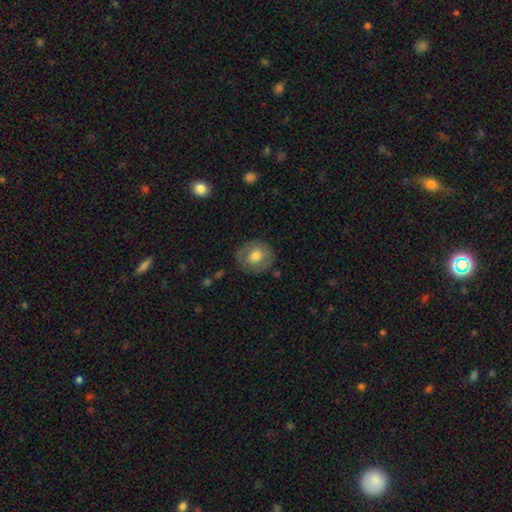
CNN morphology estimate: A smooth galaxy with no disk features (66%) that is round (78%). Merging: none (81%).